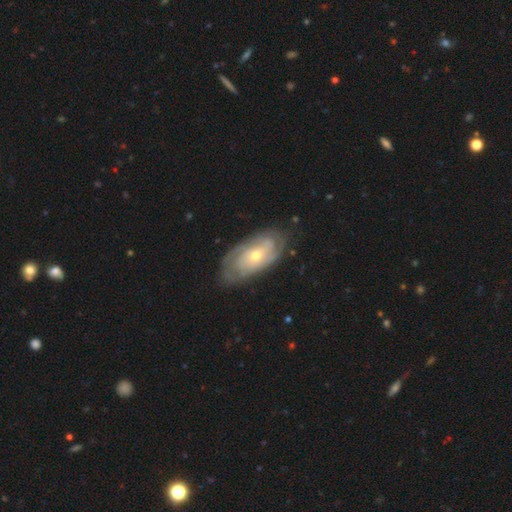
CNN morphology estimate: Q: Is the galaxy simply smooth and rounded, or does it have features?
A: featured or disk — 76%.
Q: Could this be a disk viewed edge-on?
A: no — 93%.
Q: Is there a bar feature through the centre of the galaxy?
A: no — 77%.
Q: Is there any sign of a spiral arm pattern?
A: yes — 87%.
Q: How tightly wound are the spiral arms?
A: tight — 69%.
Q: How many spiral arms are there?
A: can't tell — 48%.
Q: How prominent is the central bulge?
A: small — 50%.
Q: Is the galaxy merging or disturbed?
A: none — 74%.